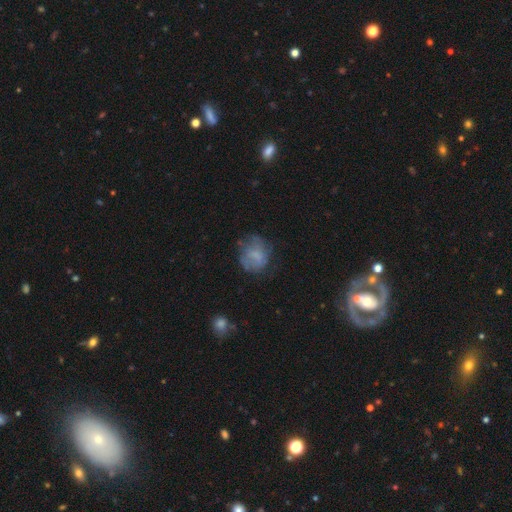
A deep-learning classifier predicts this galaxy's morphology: A smooth galaxy with no disk features (54%) that is round (70%).

Vote fractions:
- Smooth or featured? smooth: 54% / featured or disk: 36% / star or artifact: 10%
- How rounded? round: 70% / in between: 29% / cigar-shaped: 1%
- Merging? none: 55% / minor disturbance: 25% / major disturbance: 18% / merger: 2%